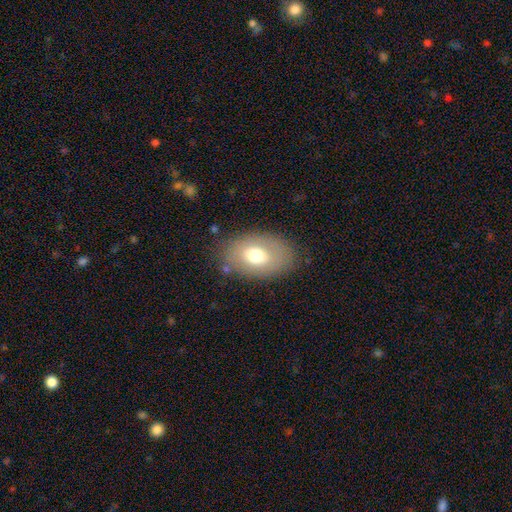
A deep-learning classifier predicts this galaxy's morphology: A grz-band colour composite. It shows a smooth galaxy with no disk features (68%) that is in between round and cigar-shaped (85%). Merging: none (79%).